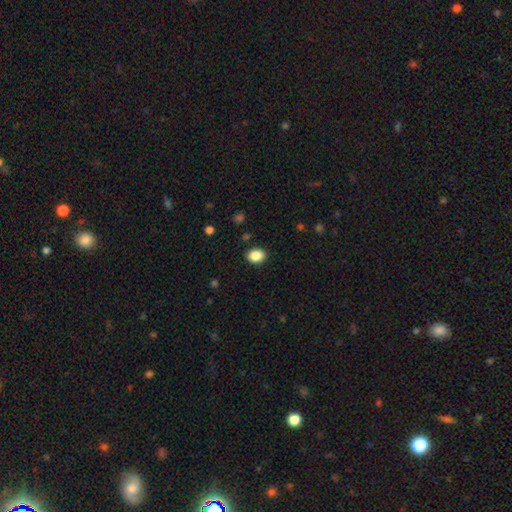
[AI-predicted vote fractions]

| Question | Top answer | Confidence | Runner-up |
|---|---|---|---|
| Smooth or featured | smooth | 88% | star or artifact (9%) |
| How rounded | in between | 64% | round (35%) |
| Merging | none | 89% | minor disturbance (8%) |